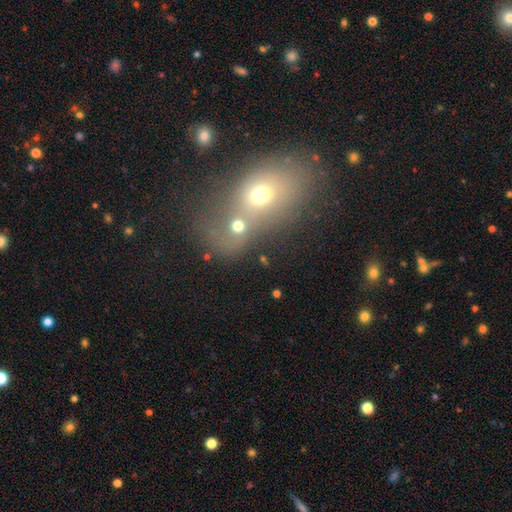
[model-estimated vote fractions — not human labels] Smooth or featured? Predicted: smooth (p=0.54). How rounded? Predicted: in between (p=0.63). Merging? Predicted: merger (p=0.51).